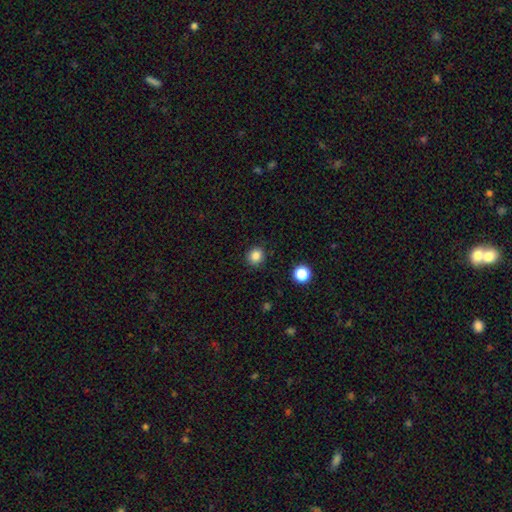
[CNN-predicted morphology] smooth_or_featured: smooth (p=0.85) [alt: star or artifact p=0.12]
how_rounded: round (p=0.86) [alt: in between p=0.13]
merging: none (p=0.88) [alt: minor disturbance p=0.08]